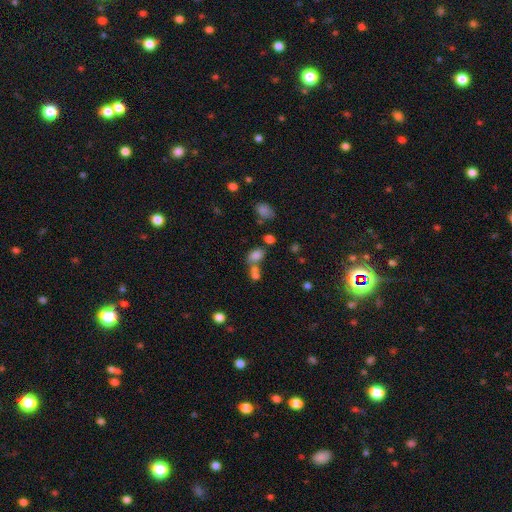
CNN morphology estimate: A smooth galaxy with no disk features (75%) that is in between round and cigar-shaped (79%).

Vote fractions:
- Smooth or featured? smooth: 75% / star or artifact: 15% / featured or disk: 10%
- How rounded? in between: 79% / round: 19% / cigar-shaped: 2%
- Merging? merger: 44% / none: 38% / minor disturbance: 11% / major disturbance: 7%